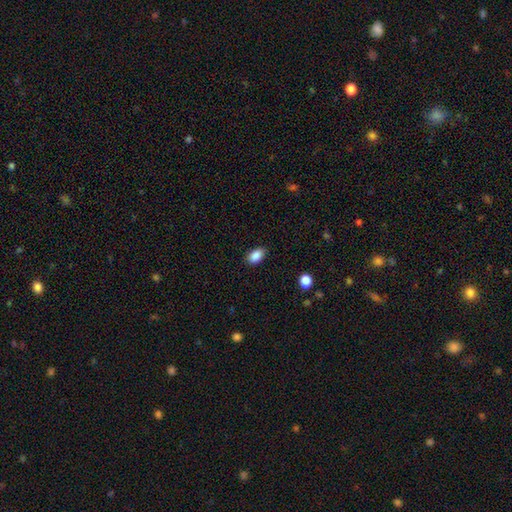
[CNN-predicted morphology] Smooth or featured?
  - smooth: 88% *
  - star or artifact: 8%
  - featured or disk: 3%
How rounded?
  - in between: 91% *
  - round: 8%
  - cigar-shaped: 2%
Merging?
  - none: 86% *
  - minor disturbance: 11%
  - major disturbance: 2%
  - merger: 1%